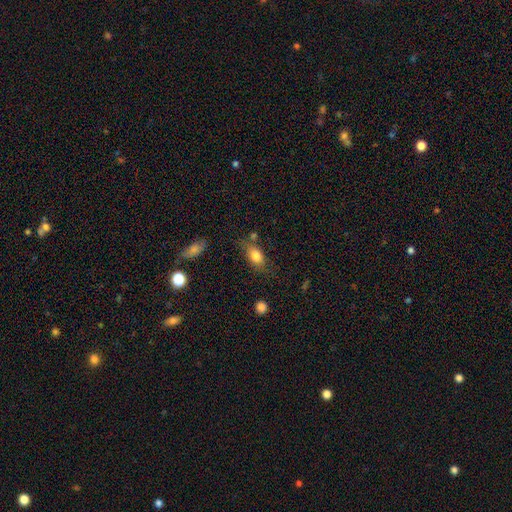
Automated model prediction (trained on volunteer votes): Smooth or featured? Predicted: smooth (p=0.81). How rounded? Predicted: in between (p=0.83). Merging? Predicted: none (p=0.63).